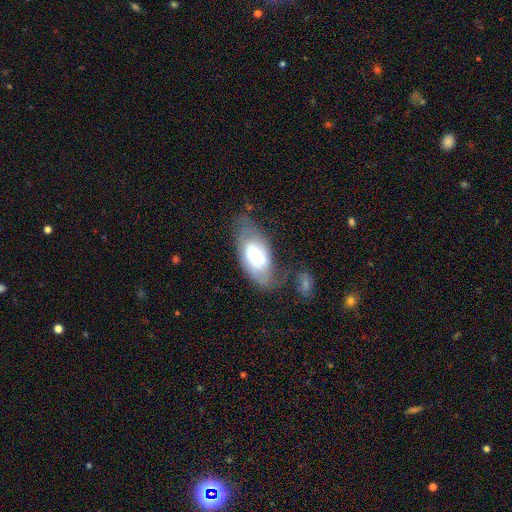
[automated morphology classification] Smooth or featured?
  - featured or disk: 59% *
  - smooth: 33%
  - star or artifact: 8%
Edge-on disk?
  - no: 91% *
  - yes: 9%
Bar?
  - weak: 42% *
  - no: 39%
  - strong: 19%
Spiral arms?
  - yes: 68% *
  - no: 32%
Bulge size?
  - small: 46% *
  - moderate: 39%
  - large: 10%
  - none: 3%
  - dominant: 2%
Merging?
  - none: 47% *
  - minor disturbance: 25%
  - major disturbance: 16%
  - merger: 13%